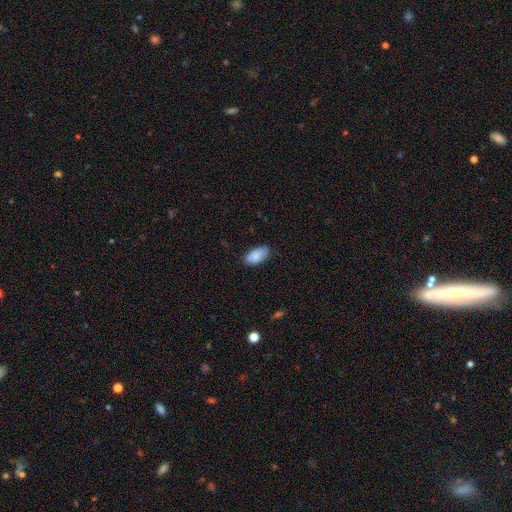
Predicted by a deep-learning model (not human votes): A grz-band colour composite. It shows a smooth galaxy with no disk features (87%) that is in between round and cigar-shaped (95%). Merging: none (77%).